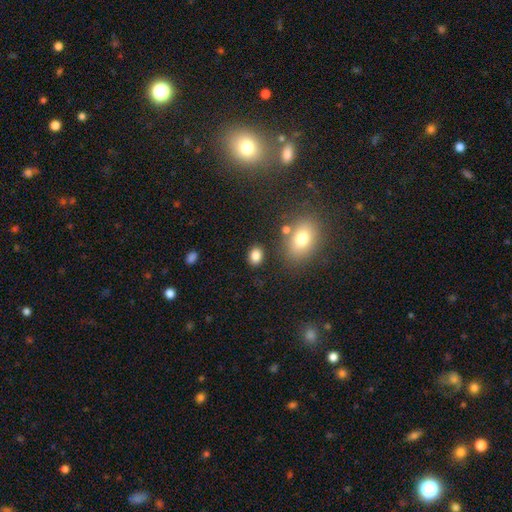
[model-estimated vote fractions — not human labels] Smooth or featured?
  - smooth: 84% *
  - star or artifact: 11%
  - featured or disk: 6%
How rounded?
  - in between: 61% *
  - round: 38%
  - cigar-shaped: 1%
Merging?
  - none: 82% *
  - minor disturbance: 10%
  - merger: 4%
  - major disturbance: 3%